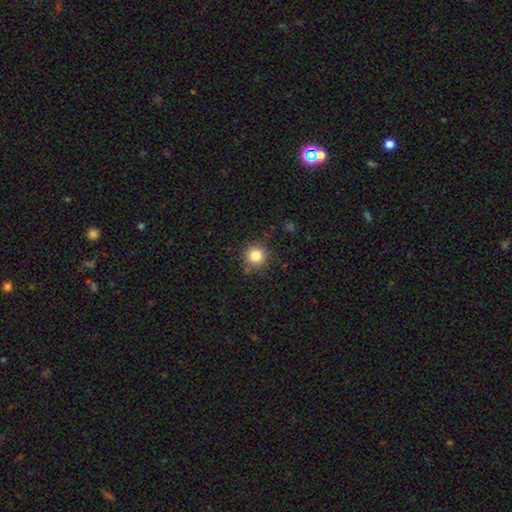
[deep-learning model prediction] smooth 83%, star or artifact 12%, featured or disk 5%. Down the decision tree: how rounded — round (94%); merging — none (84%).